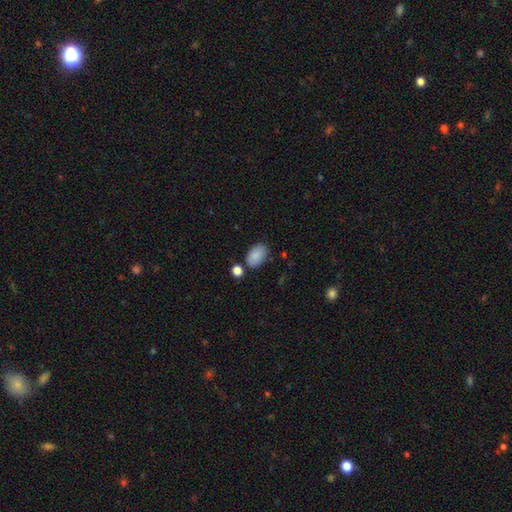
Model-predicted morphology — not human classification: Q: Smooth or featured?
A: smooth (87%); runner-up: star or artifact (7%)
Q: How rounded?
A: in between (92%); runner-up: round (7%)
Q: Merging?
A: none (74%); runner-up: minor disturbance (16%)